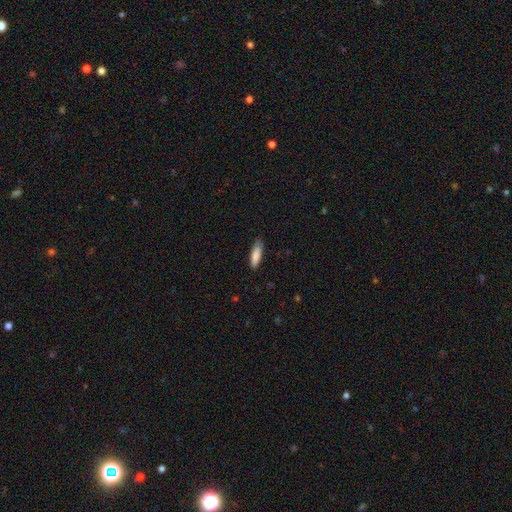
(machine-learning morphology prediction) Smooth or featured? Predicted: smooth (p=0.86). How rounded? Predicted: cigar-shaped (p=0.52). Merging? Predicted: none (p=0.75).